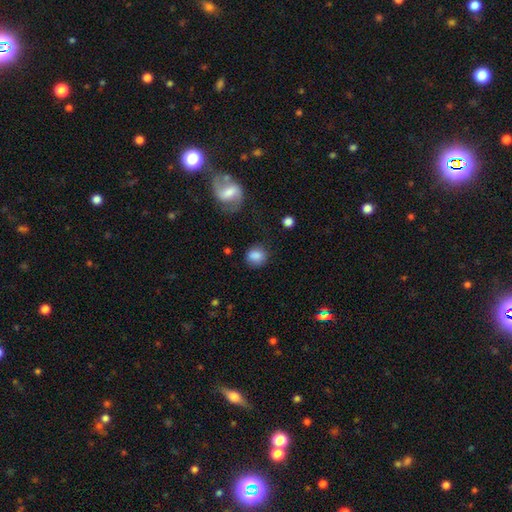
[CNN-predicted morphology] Overall: smooth (83%). How rounded: round (72%). Merging: none (75%).